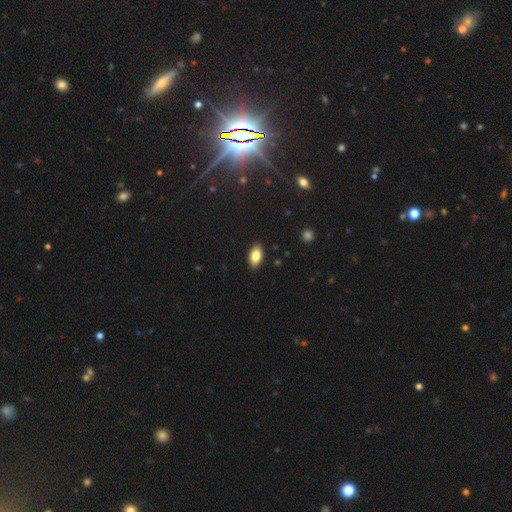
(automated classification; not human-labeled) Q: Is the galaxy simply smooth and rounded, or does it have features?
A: smooth — 84%.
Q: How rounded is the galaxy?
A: in between — 92%.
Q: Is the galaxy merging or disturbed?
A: none — 89%.